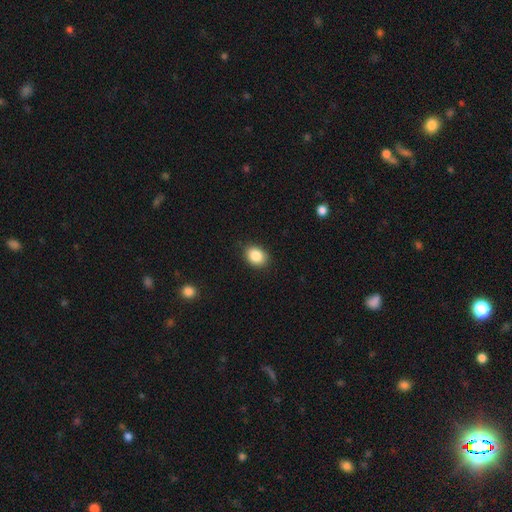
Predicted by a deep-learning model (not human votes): Smooth or featured? Predicted: smooth (p=0.86). How rounded? Predicted: in between (p=0.56). Merging? Predicted: none (p=0.85).